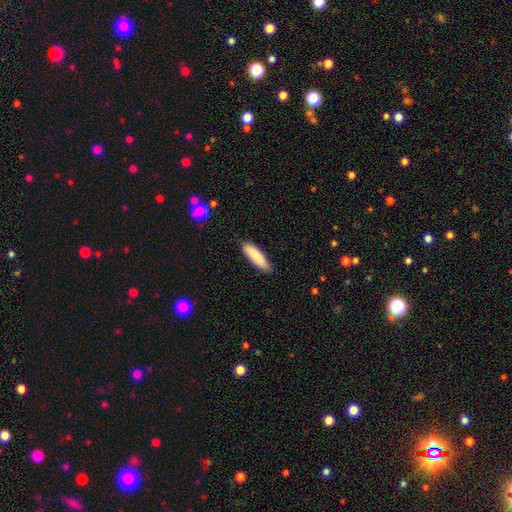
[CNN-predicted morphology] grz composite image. It shows a smooth galaxy with no disk features (86%) that is cigar-shaped (57%). Merging: none (86%).